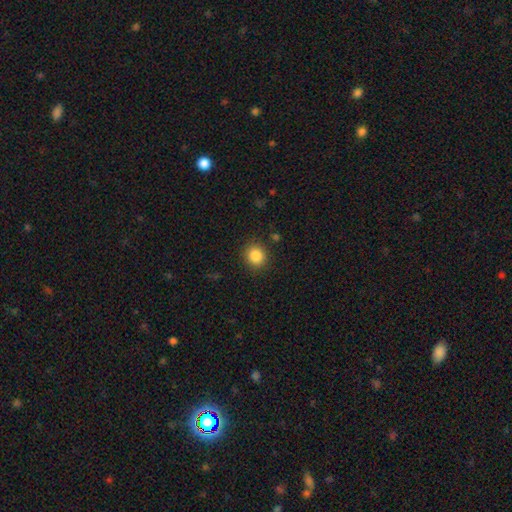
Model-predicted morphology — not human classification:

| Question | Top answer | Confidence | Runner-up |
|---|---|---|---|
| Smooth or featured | smooth | 86% | star or artifact (10%) |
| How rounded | round | 85% | in between (14%) |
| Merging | none | 89% | minor disturbance (7%) |